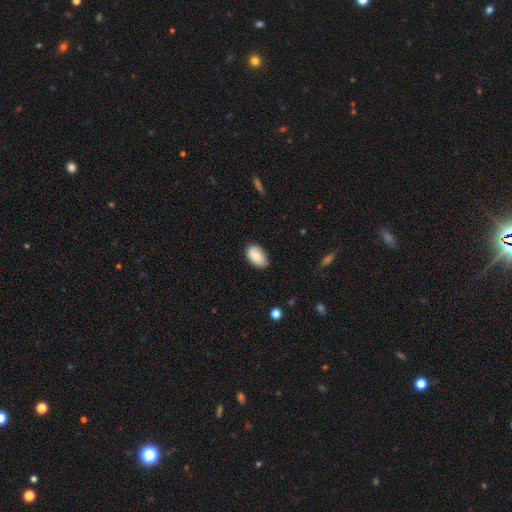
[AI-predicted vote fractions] Smooth or featured: smooth — 80% (featured or disk — 13%)
How rounded: in between — 91% (round — 7%)
Merging: none — 70% (minor disturbance — 24%)